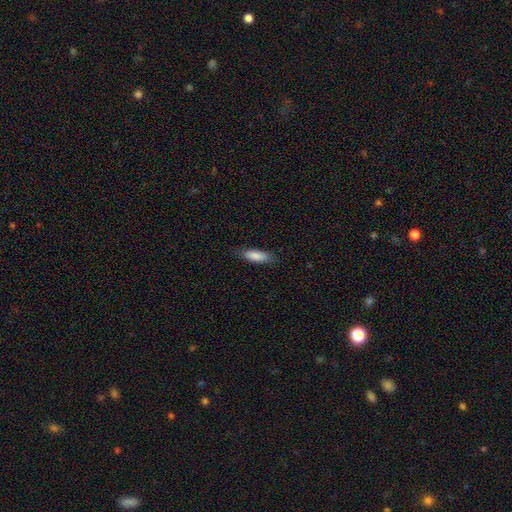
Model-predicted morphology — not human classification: Smooth or featured?
  - smooth: 85% *
  - featured or disk: 9%
  - star or artifact: 6%
How rounded?
  - in between: 59% *
  - cigar-shaped: 40%
  - round: 2%
Merging?
  - none: 81% *
  - minor disturbance: 15%
  - major disturbance: 3%
  - merger: 1%